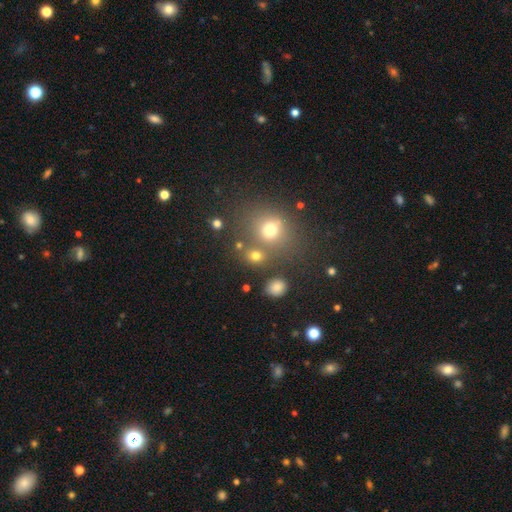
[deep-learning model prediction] Morphology: type=smooth (74%); roundness=round (72%); merging=none (65%).